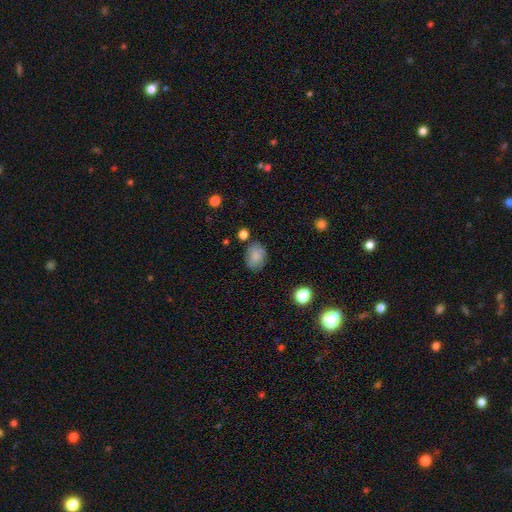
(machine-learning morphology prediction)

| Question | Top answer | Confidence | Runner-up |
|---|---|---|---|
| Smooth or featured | smooth | 82% | featured or disk (9%) |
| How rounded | in between | 66% | round (33%) |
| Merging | none | 76% | minor disturbance (16%) |